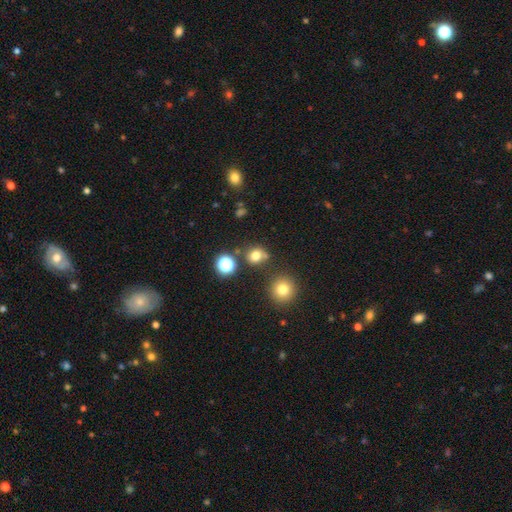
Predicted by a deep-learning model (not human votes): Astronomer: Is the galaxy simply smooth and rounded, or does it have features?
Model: smooth — 73%.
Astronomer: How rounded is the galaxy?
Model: round — 80%.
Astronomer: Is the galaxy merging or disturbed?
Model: none — 70%.